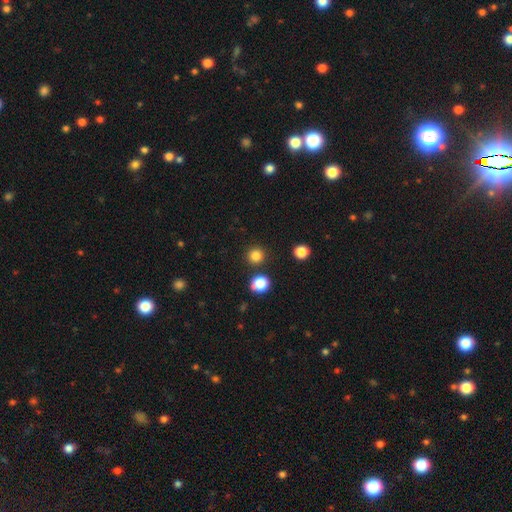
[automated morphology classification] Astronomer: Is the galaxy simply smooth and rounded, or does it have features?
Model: smooth — 82%.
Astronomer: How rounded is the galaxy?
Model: round — 94%.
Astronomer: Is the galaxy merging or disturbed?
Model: none — 88%.